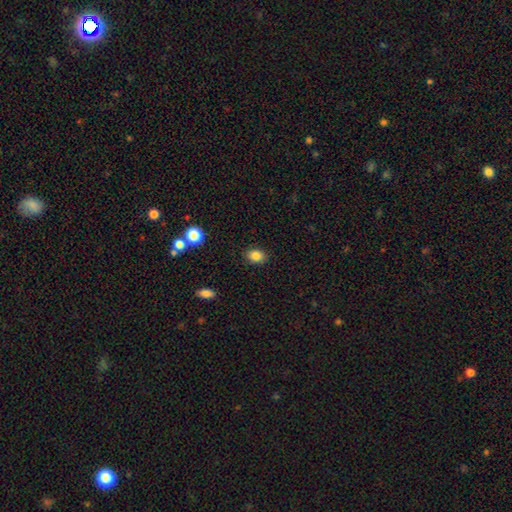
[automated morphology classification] smooth 85%, star or artifact 10%, featured or disk 5%. Down the decision tree: how rounded — in between (63%); merging — none (88%).